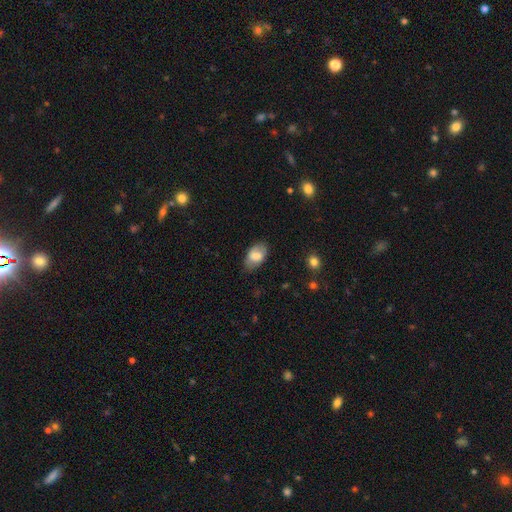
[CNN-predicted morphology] Overall: smooth (74%). How rounded: in between (92%). Merging: none (72%).